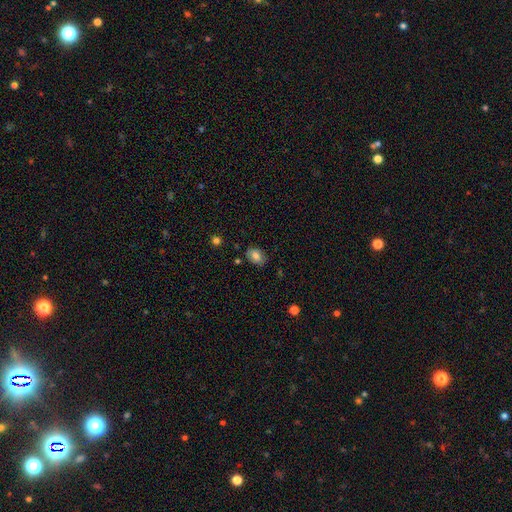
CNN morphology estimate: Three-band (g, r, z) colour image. It shows a smooth galaxy with no disk features (76%) that is in between round and cigar-shaped (73%). Merging: none (80%).